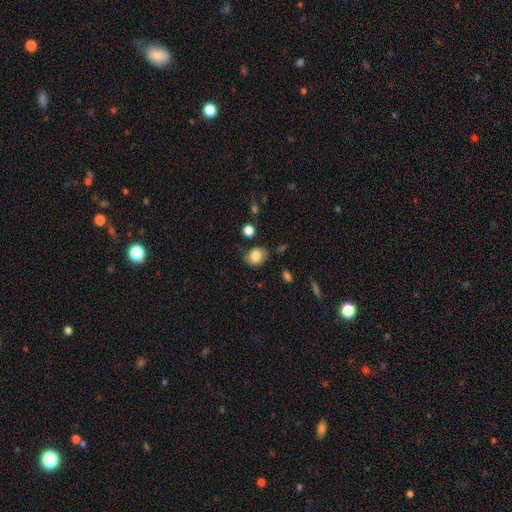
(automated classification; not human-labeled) Smooth or featured: smooth — 77% (featured or disk — 14%)
How rounded: in between — 53% (round — 46%)
Merging: none — 69% (minor disturbance — 22%)